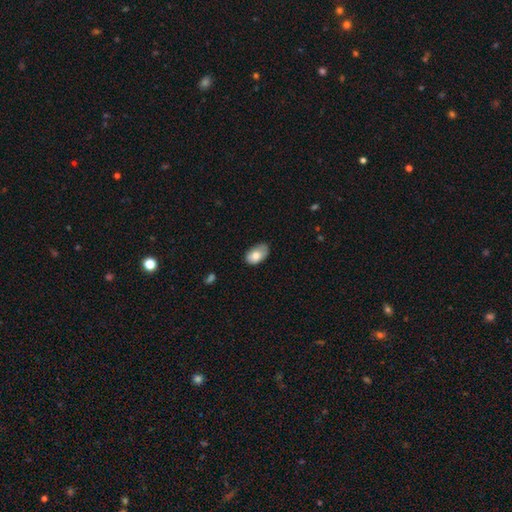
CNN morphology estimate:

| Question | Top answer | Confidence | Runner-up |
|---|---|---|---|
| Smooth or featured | smooth | 77% | featured or disk (16%) |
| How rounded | in between | 91% | round (8%) |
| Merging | none | 61% | minor disturbance (31%) |